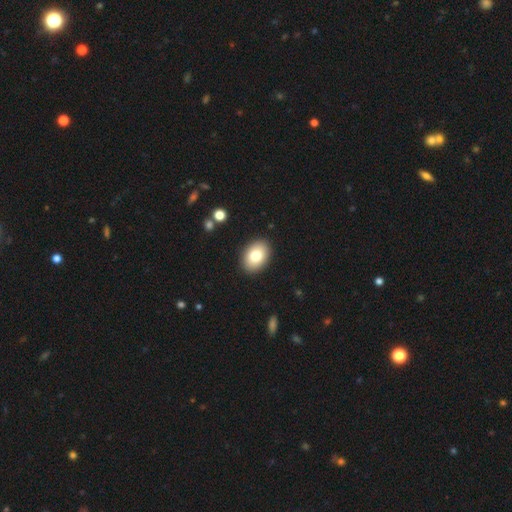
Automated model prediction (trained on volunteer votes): The model was most divided on "how rounded": in between: 82%, round: 17%, cigar-shaped: 1%. More confident: merging — none (90%); smooth or featured — smooth (79%).